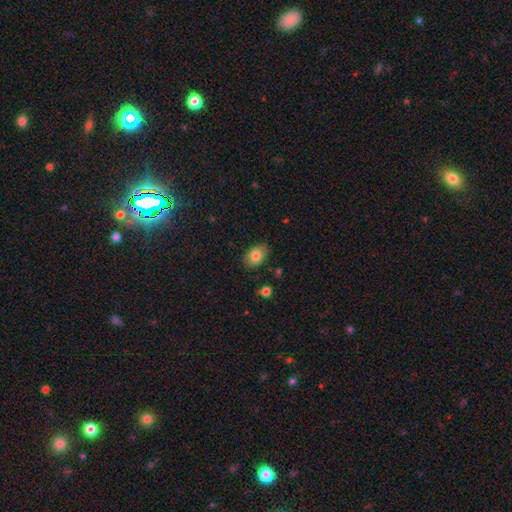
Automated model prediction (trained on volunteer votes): smooth_or_featured: smooth (p=0.80) [alt: featured or disk p=0.13]
how_rounded: in between (p=0.86) [alt: round p=0.13]
merging: none (p=0.84) [alt: minor disturbance p=0.13]